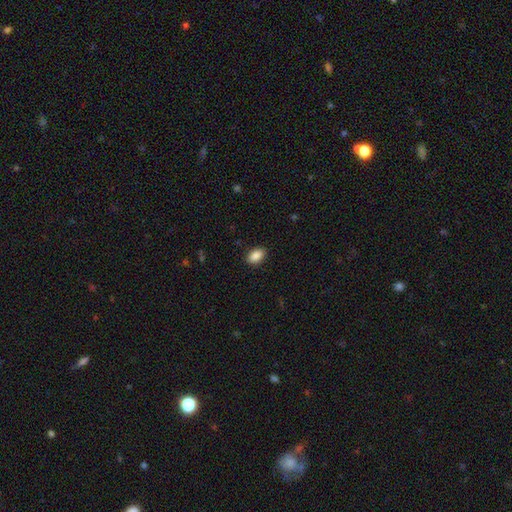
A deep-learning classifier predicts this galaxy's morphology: smooth-or-featured: smooth: 89% | star or artifact: 8% | featured or disk: 4%
  how-rounded: in between: 89% | round: 9% | cigar-shaped: 2%
  merging: none: 89% | minor disturbance: 8% | major disturbance: 2% | merger: 1%